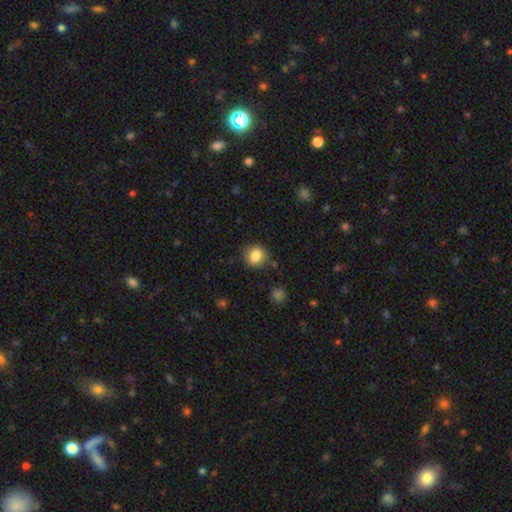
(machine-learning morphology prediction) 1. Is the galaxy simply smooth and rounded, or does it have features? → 84% smooth, 10% star or artifact, 6% featured or disk.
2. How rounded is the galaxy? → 74% round, 25% in between, 1% cigar-shaped.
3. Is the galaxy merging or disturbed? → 81% none, 13% minor disturbance, 4% major disturbance, 3% merger.